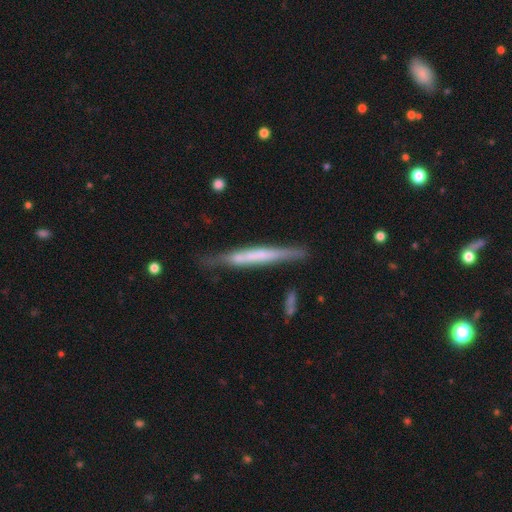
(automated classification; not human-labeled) Overall: featured or disk (53%; smooth 40%). Edge-on disk: yes (92%). Merging: none (72%).